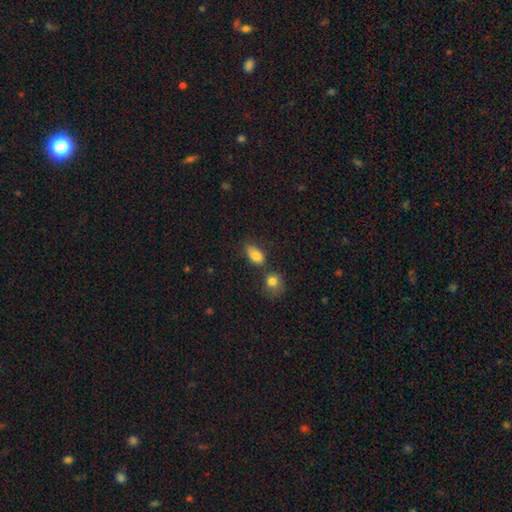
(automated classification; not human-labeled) smooth_or_featured: smooth (p=0.84) [alt: star or artifact p=0.09]
how_rounded: in between (p=0.85) [alt: round p=0.11]
merging: none (p=0.54) [alt: minor disturbance p=0.21]